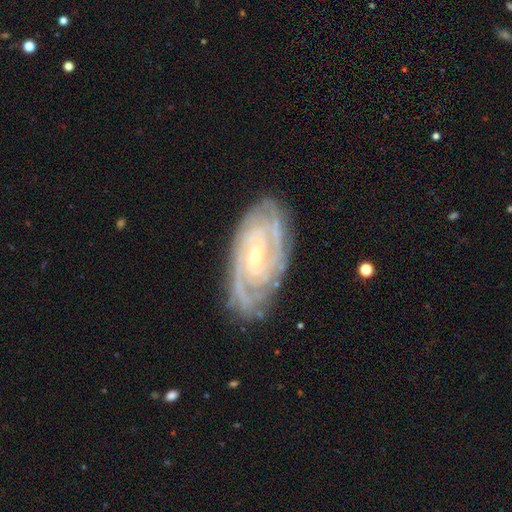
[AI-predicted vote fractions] Smooth or featured? Predicted: featured or disk (p=0.89). Edge-on disk? Predicted: no (p=0.95). Bar? Predicted: no (p=0.50). Spiral arms? Predicted: yes (p=0.98). Spiral winding? Predicted: tight (p=0.73). Spiral arm count? Predicted: 2 (p=0.29). Bulge size? Predicted: small (p=0.72). Merging? Predicted: none (p=0.80).